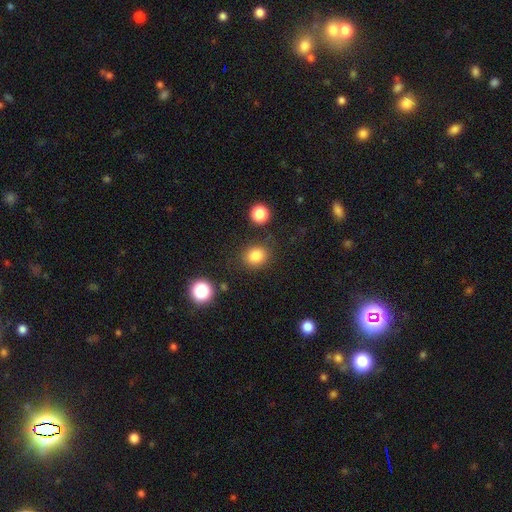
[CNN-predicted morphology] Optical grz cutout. It shows a smooth galaxy with no disk features (82%) that is round (76%). Merging: none (84%).